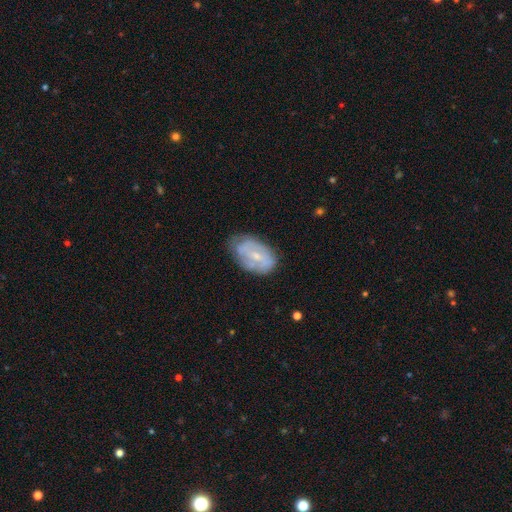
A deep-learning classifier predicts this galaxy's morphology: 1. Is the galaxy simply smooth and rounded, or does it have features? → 56% featured or disk, 37% smooth, 7% star or artifact.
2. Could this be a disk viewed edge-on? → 95% no, 5% yes.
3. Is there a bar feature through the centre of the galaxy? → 45% no, 42% weak, 13% strong.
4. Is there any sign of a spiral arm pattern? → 57% yes, 43% no.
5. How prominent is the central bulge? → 64% small, 30% moderate, 4% none, 1% large, 1% dominant.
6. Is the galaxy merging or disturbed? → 62% none, 28% minor disturbance, 8% major disturbance, 2% merger.